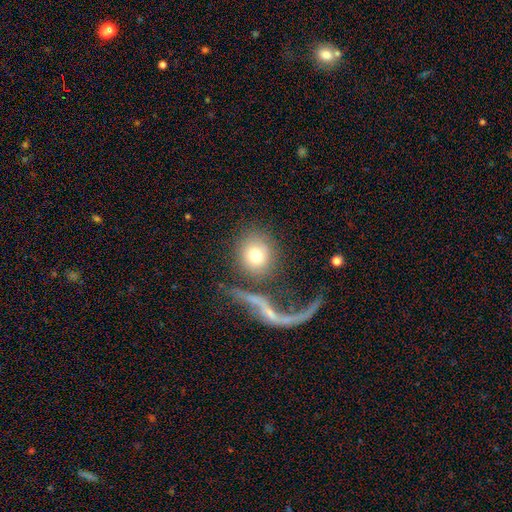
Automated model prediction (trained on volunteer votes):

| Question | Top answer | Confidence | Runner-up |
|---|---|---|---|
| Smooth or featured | smooth | 72% | featured or disk (17%) |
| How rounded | round | 84% | in between (14%) |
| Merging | none | 67% | merger (14%) |